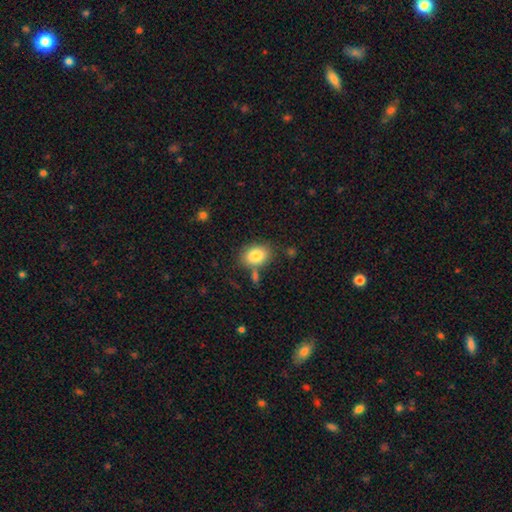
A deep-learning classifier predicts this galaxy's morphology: Smooth or featured? smooth (84%)
How rounded? in between (77%)
Merging? none (72%)